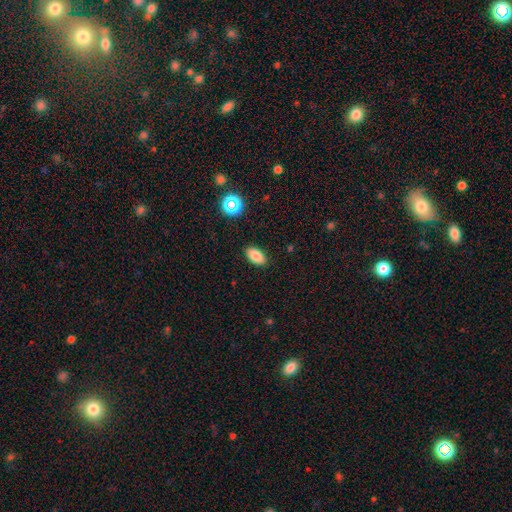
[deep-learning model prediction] Smooth or featured? Predicted: smooth (p=0.84). How rounded? Predicted: in between (p=0.92). Merging? Predicted: none (p=0.88).